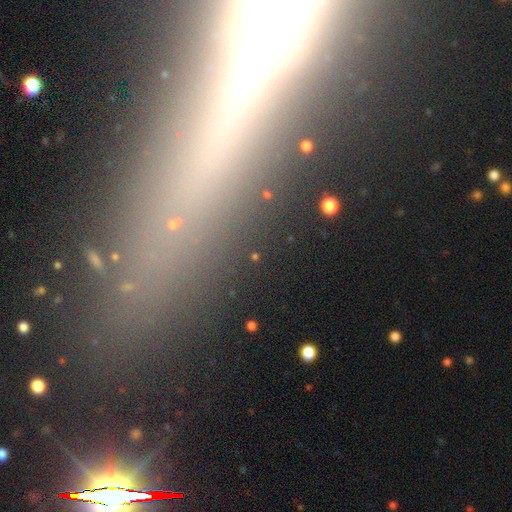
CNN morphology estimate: Smooth or featured? star or artifact (43%)